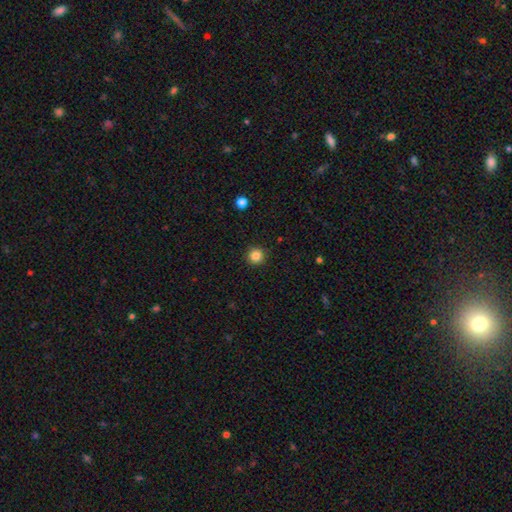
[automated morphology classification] smooth-or-featured: smooth: 85% | star or artifact: 11% | featured or disk: 4%
  how-rounded: round: 96% | in between: 3% | cigar-shaped: 1%
  merging: none: 93% | minor disturbance: 5% | major disturbance: 2% | merger: 1%